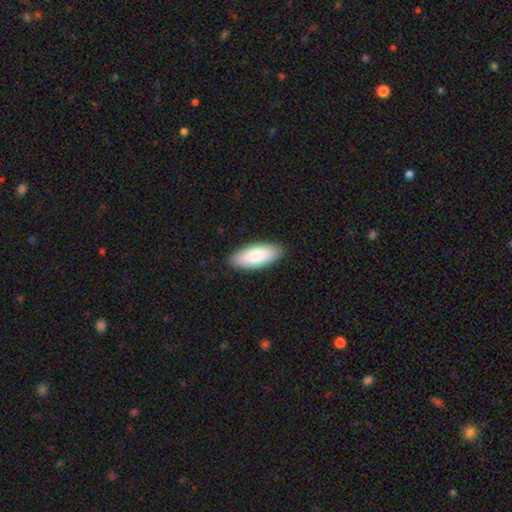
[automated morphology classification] Smooth or featured? smooth (85%)
How rounded? in between (82%)
Merging? none (89%)